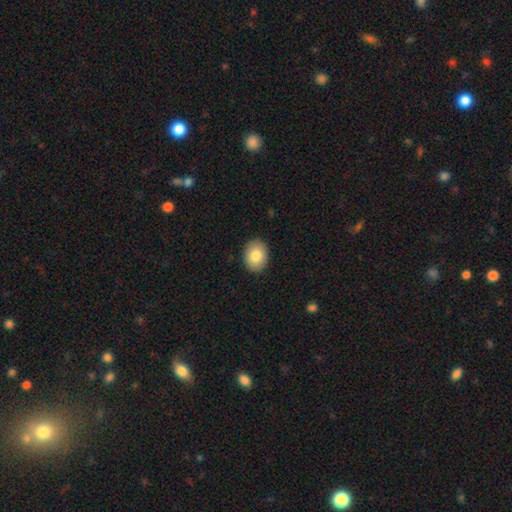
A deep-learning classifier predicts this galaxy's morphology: smooth_or_featured: smooth (p=0.82) [alt: featured or disk p=0.10]
how_rounded: in between (p=0.59) [alt: round p=0.40]
merging: none (p=0.90) [alt: minor disturbance p=0.07]